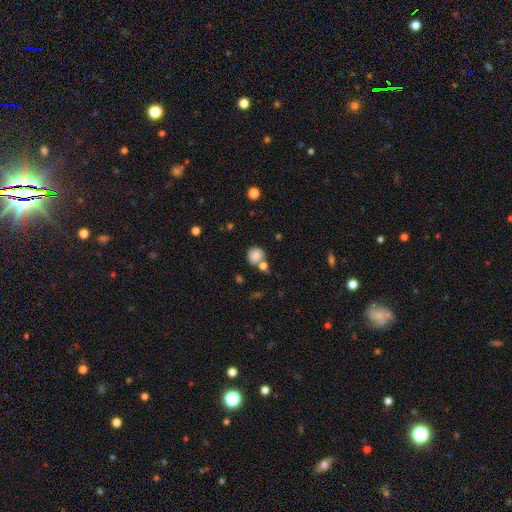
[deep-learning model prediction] This appears to be a smooth galaxy with no disk features (84%) that is round (85%). Merging: none (57%).